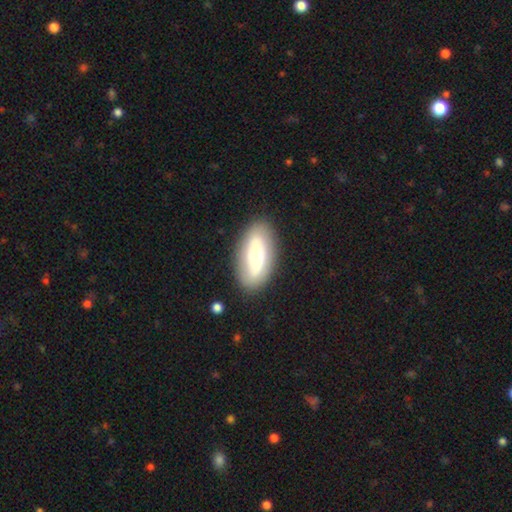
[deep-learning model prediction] This is possibly a smooth galaxy (53%). How rounded: clearly in between (89%). Merging: clearly none (86%).